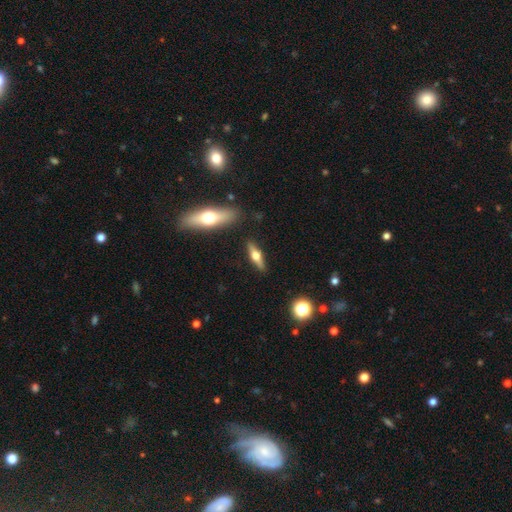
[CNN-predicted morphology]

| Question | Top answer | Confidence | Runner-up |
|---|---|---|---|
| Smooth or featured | featured or disk | 60% | smooth (34%) |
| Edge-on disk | yes | 94% | no (6%) |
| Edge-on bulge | rounded | 95% | boxy (3%) |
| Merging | none | 87% | minor disturbance (8%) |